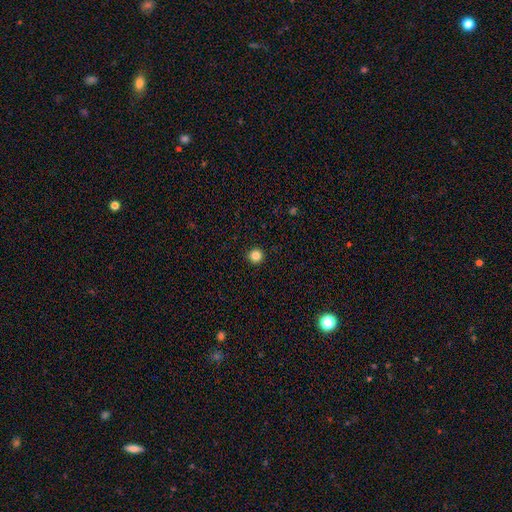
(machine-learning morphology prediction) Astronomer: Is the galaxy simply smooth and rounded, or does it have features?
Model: smooth — 85%.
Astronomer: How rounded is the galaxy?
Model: round — 96%.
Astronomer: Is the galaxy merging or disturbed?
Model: none — 94%.